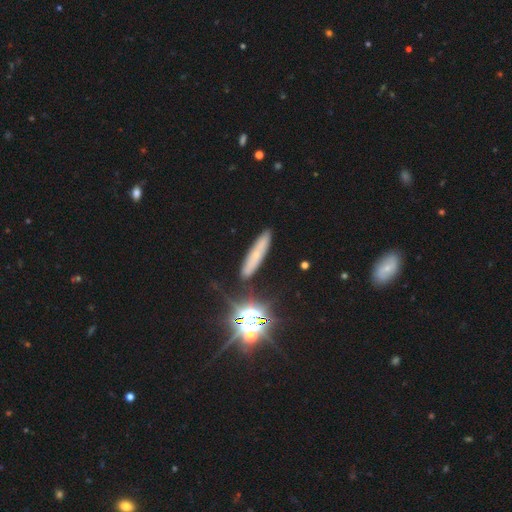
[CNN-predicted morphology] Smooth or featured? smooth (49%)
Merging? none (83%)